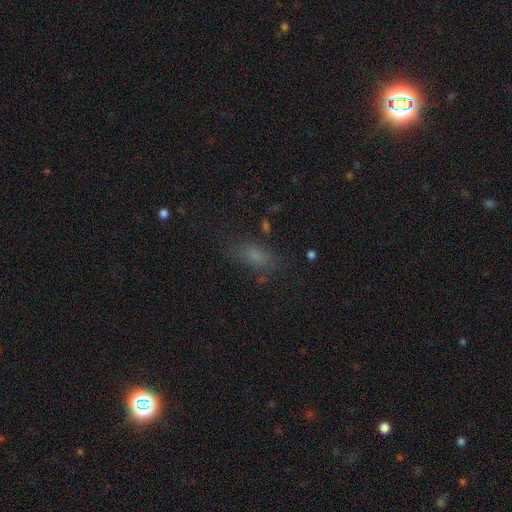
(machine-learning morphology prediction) smooth_or_featured: smooth (p=0.70) [alt: star or artifact p=0.18]
how_rounded: in between (p=0.76) [alt: cigar-shaped p=0.17]
merging: none (p=0.71) [alt: minor disturbance p=0.17]